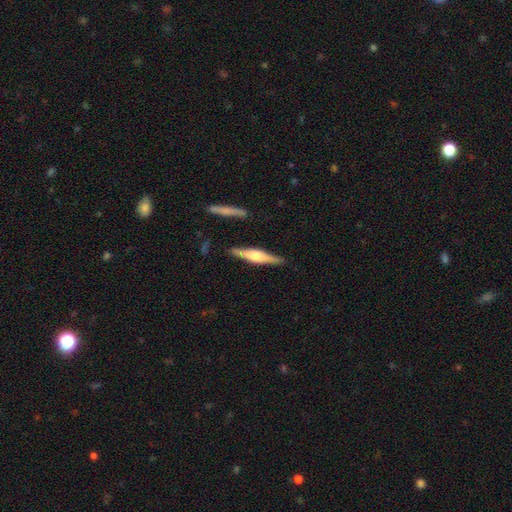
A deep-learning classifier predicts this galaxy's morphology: A featured or disk galaxy (68%) viewed edge-on (97%) with a rounded central bulge (77%). Merging: none (86%).